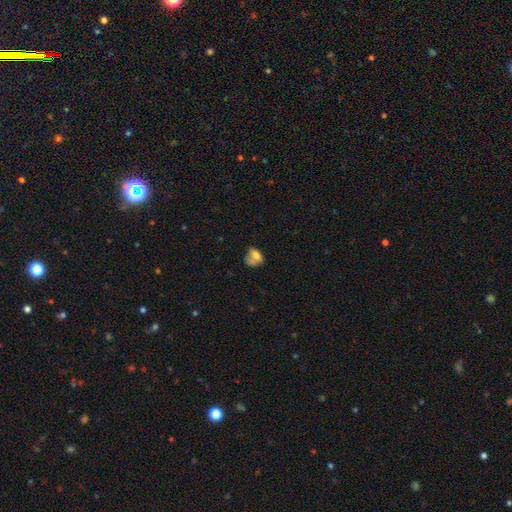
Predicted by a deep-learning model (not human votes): Smooth or featured: smooth — 66% (featured or disk — 23%)
How rounded: in between — 66% (round — 32%)
Merging: major disturbance — 28% (tied with none — 28%)